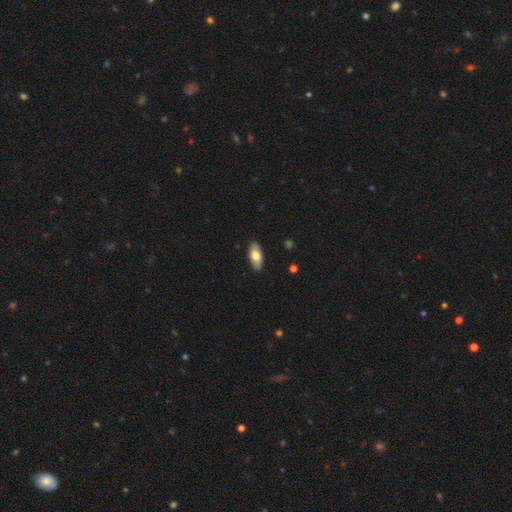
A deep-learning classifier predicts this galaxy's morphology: This appears to be a smooth galaxy with no disk features (72%) that is in between round and cigar-shaped (90%). Merging: none (88%).